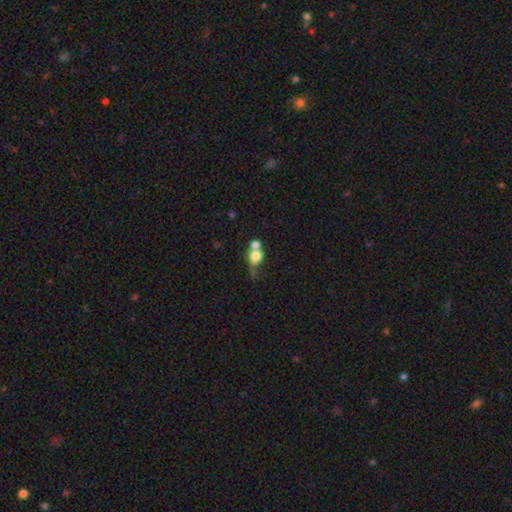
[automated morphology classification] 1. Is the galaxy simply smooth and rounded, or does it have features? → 69% smooth, 21% featured or disk, 11% star or artifact.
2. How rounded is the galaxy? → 62% round, 35% in between, 3% cigar-shaped.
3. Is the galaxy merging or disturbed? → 58% merger, 21% none, 11% major disturbance, 10% minor disturbance.